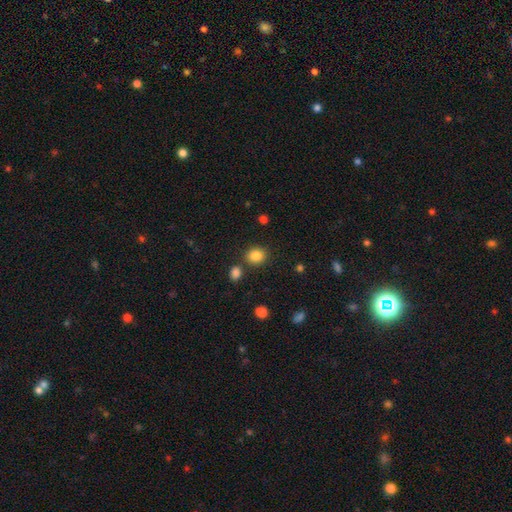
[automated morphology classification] type=smooth (85%); roundness=round (70%); merging=none (81%).